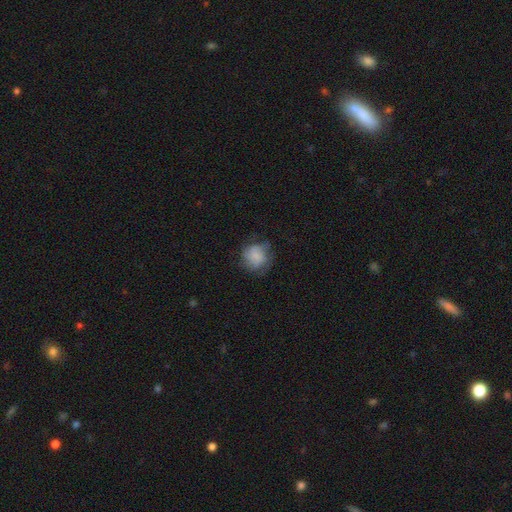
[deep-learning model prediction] smooth 58%, featured or disk 32%, star or artifact 10%. Down the decision tree: how rounded — round (78%); merging — none (58%).